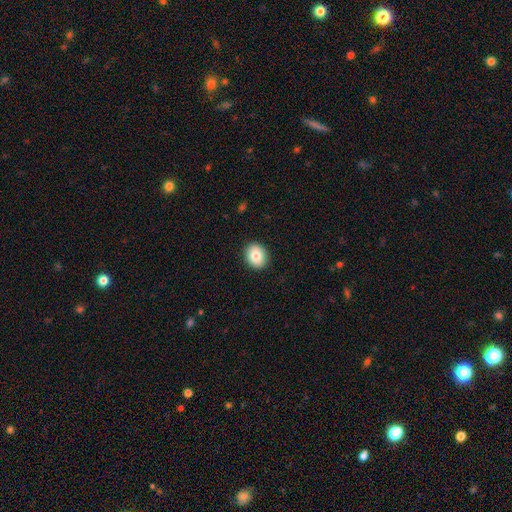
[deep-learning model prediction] A smooth galaxy with no disk features (82%) that is round (60%). Merging: none (91%).